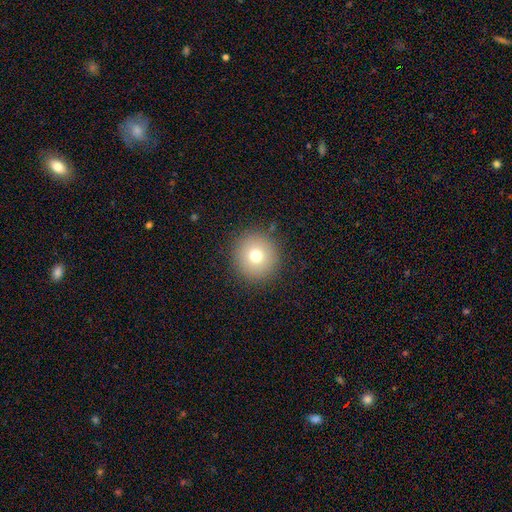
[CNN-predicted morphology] smooth 73%, star or artifact 14%, featured or disk 13%. Down the decision tree: how rounded — round (95%); merging — none (90%).